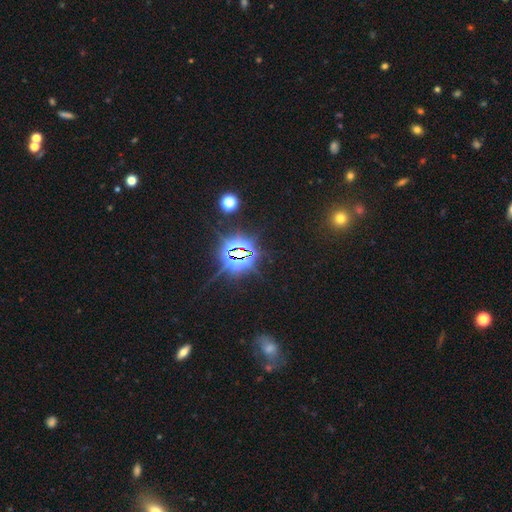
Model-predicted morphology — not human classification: Overall: star or artifact (77%).